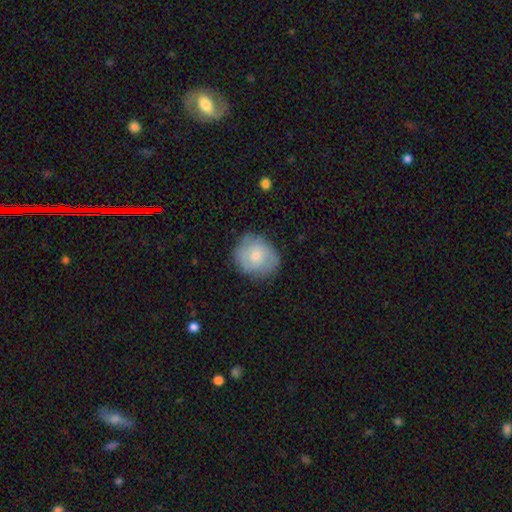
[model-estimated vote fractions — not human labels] A smooth galaxy with no disk features (59%) that is round (73%).

Vote fractions:
- Smooth or featured? smooth: 59% / featured or disk: 34% / star or artifact: 7%
- How rounded? round: 73% / in between: 26% / cigar-shaped: 1%
- Merging? none: 74% / minor disturbance: 20% / major disturbance: 5% / merger: 1%